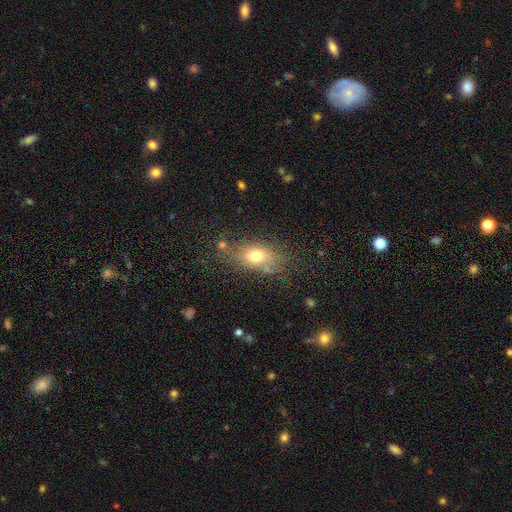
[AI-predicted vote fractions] The model was most divided on "merging": none: 63%, minor disturbance: 21%, major disturbance: 9%, merger: 7%. More confident: how rounded — in between (80%); smooth or featured — smooth (70%).